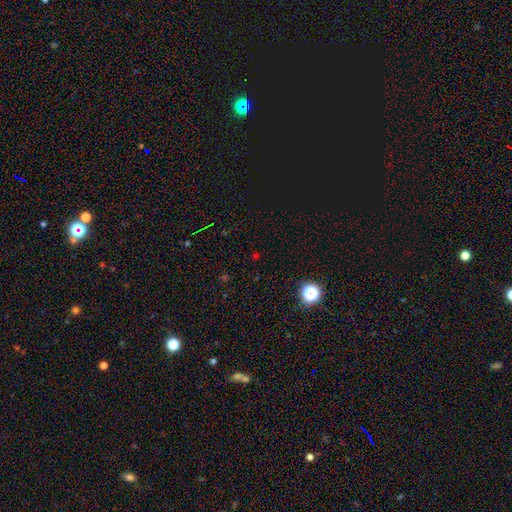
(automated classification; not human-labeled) This appears to be a star or artifact, not a galaxy (63%).